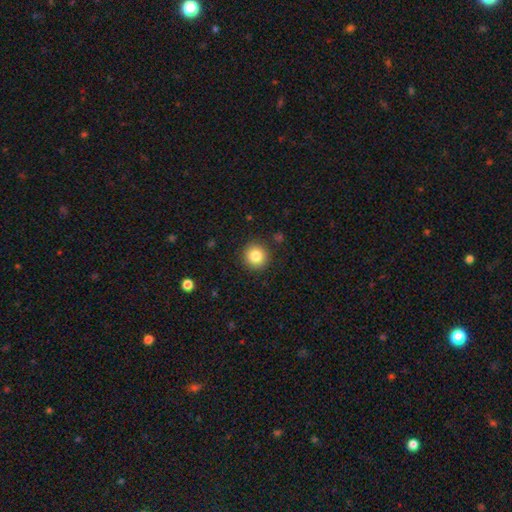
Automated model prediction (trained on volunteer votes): Overall: smooth (83%). How rounded: round (92%). Merging: none (90%).